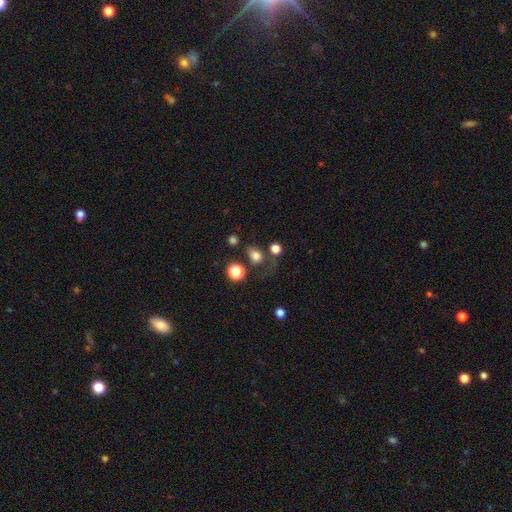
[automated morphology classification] type=smooth (75%); roundness=round (55%); merging=none (53%).